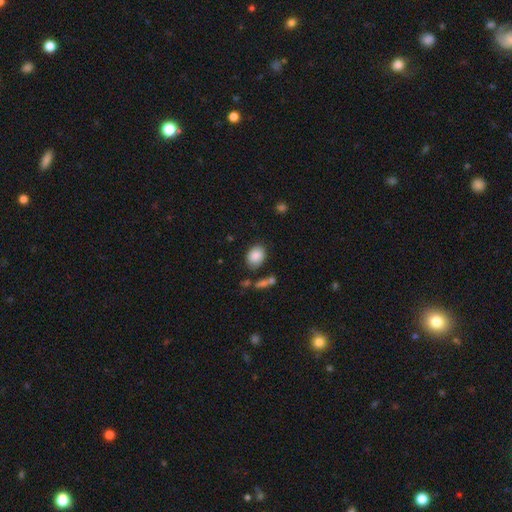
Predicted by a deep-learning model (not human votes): The model was most divided on "how rounded": in between: 70%, round: 29%, cigar-shaped: 1%. More confident: smooth or featured — smooth (87%); merging — none (78%).